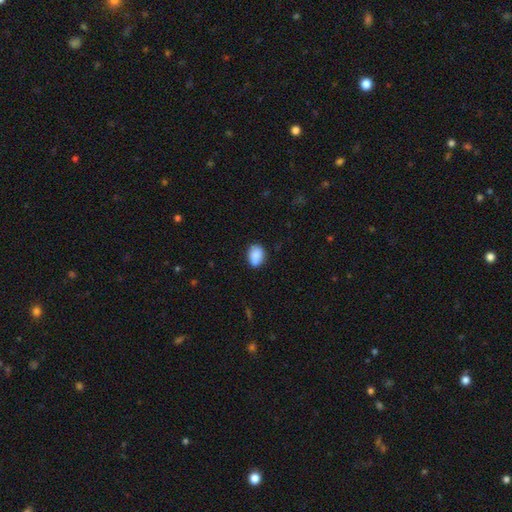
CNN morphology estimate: Q: Smooth or featured?
A: smooth (86%); runner-up: star or artifact (8%)
Q: How rounded?
A: in between (69%); runner-up: round (30%)
Q: Merging?
A: none (72%); runner-up: minor disturbance (19%)